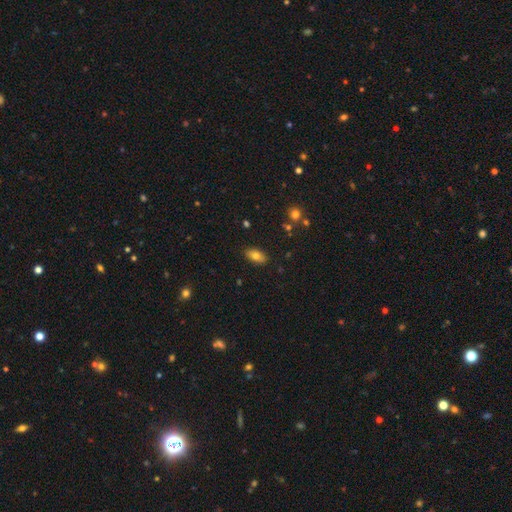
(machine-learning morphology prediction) This appears to be a smooth galaxy with no disk features (78%) that is in between round and cigar-shaped (91%). Merging: none (86%).